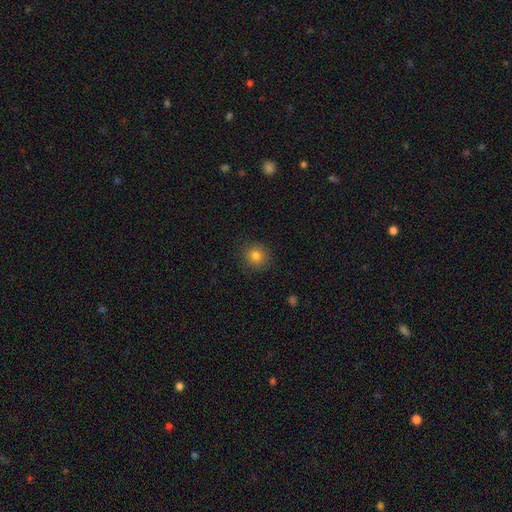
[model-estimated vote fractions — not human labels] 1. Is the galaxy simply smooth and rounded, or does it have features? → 81% smooth, 12% star or artifact, 7% featured or disk.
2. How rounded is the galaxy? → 86% round, 13% in between, 1% cigar-shaped.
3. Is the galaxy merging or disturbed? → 88% none, 8% minor disturbance, 2% major disturbance, 1% merger.